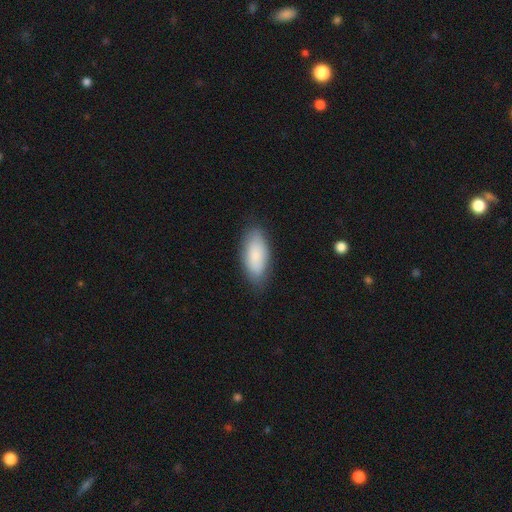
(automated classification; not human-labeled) smooth_or_featured: smooth (p=0.84) [alt: featured or disk p=0.10]
how_rounded: in between (p=0.86) [alt: cigar-shaped p=0.12]
merging: none (p=0.82) [alt: minor disturbance p=0.14]